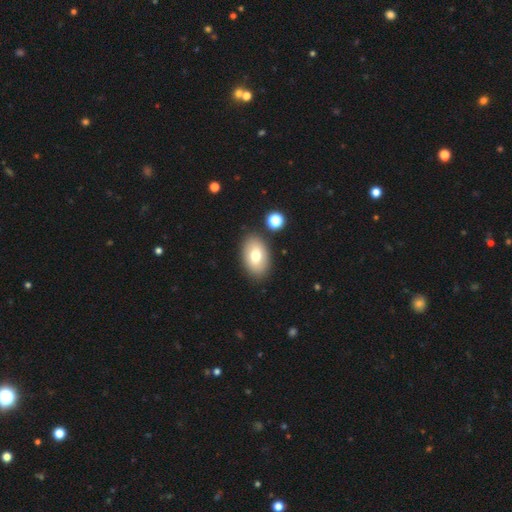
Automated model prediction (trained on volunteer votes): smooth-or-featured: smooth: 74% | featured or disk: 18% | star or artifact: 8%
  how-rounded: in between: 91% | round: 7% | cigar-shaped: 1%
  merging: none: 85% | minor disturbance: 9% | merger: 4% | major disturbance: 3%